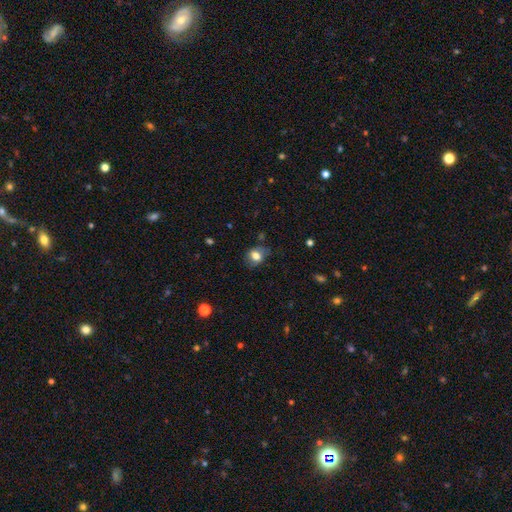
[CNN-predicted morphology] Smooth or featured? Predicted: smooth (p=0.74). How rounded? Predicted: in between (p=0.54). Merging? Predicted: none (p=0.66).